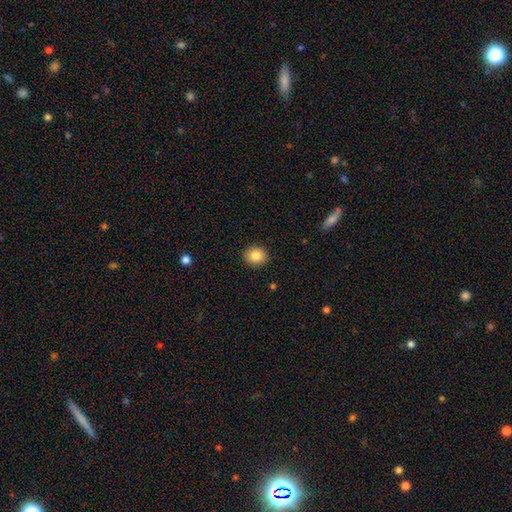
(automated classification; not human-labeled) This is clearly a smooth galaxy (84%). How rounded: likely round (78%). Merging: clearly none (92%).